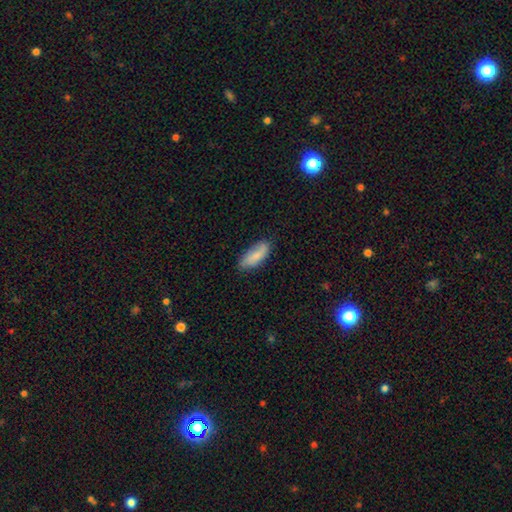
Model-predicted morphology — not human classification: smooth 82%, featured or disk 12%, star or artifact 6%. Down the decision tree: how rounded — in between (78%); merging — none (74%).